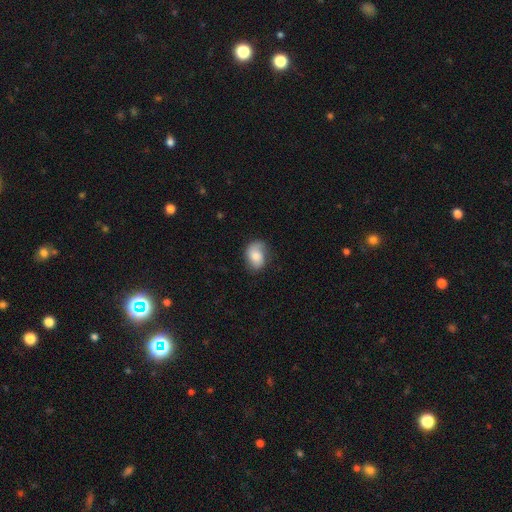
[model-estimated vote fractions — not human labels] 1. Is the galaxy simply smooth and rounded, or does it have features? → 67% smooth, 26% featured or disk, 8% star or artifact.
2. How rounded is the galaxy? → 74% in between, 25% round, 1% cigar-shaped.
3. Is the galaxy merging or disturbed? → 61% none, 28% minor disturbance, 10% major disturbance, 2% merger.